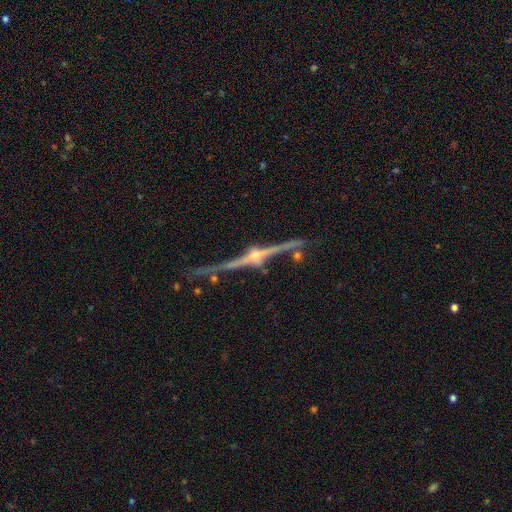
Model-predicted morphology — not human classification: A featured or disk galaxy (86%) viewed edge-on (97%) with a rounded central bulge (94%).

Vote fractions:
- Smooth or featured? featured or disk: 86% / star or artifact: 9% / smooth: 5%
- Edge-on disk? yes: 97% / no: 3%
- Edge-on bulge? rounded: 94% / boxy: 3% / none: 3%
- Merging? none: 81% / minor disturbance: 11% / merger: 4% / major disturbance: 3%